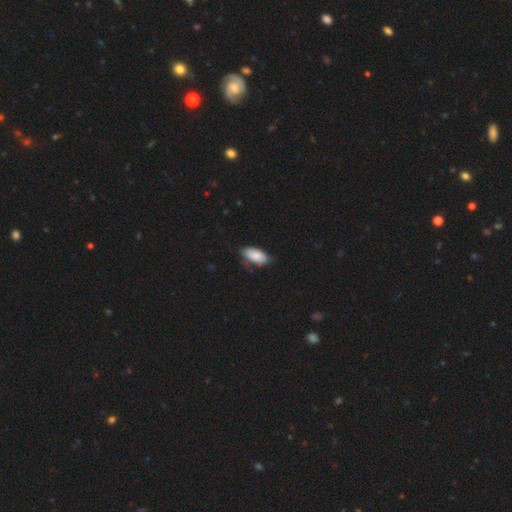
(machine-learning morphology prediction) Smooth or featured: smooth — 84% (featured or disk — 10%)
How rounded: in between — 93% (cigar-shaped — 5%)
Merging: none — 66% (minor disturbance — 27%)